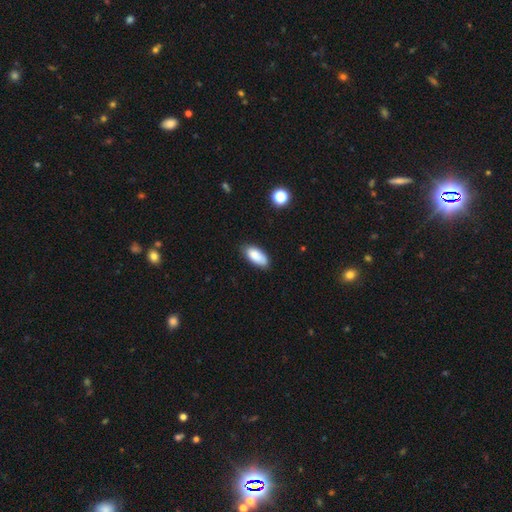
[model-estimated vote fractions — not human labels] Q: Smooth or featured?
A: smooth (85%); runner-up: featured or disk (8%)
Q: How rounded?
A: in between (89%); runner-up: cigar-shaped (9%)
Q: Merging?
A: none (75%); runner-up: minor disturbance (20%)